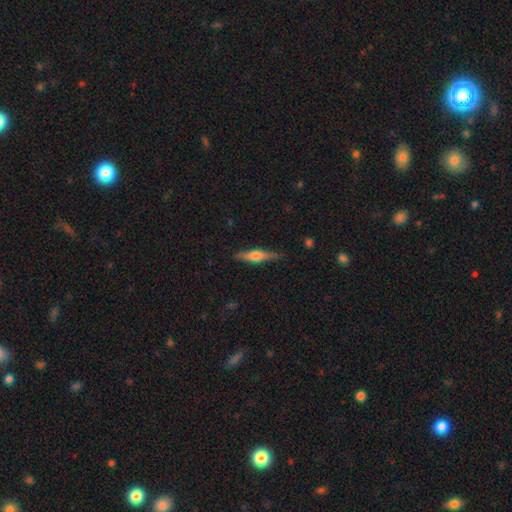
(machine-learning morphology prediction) A featured or disk galaxy (60%) viewed edge-on (97%) with a rounded central bulge (90%). Merging: none (87%).